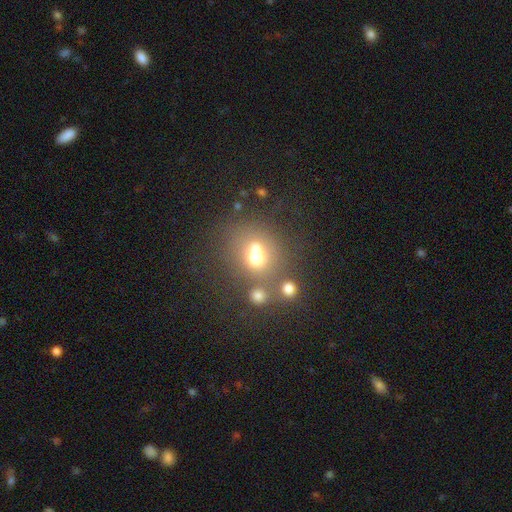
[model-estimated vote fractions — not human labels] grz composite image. It shows a smooth galaxy with no disk features (58%) that is round (68%). Merging: merger (42%).